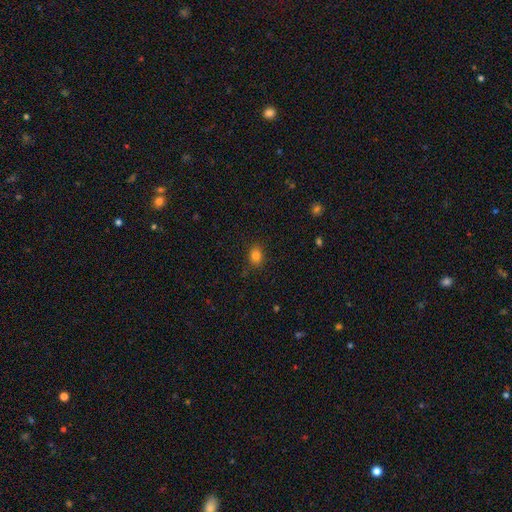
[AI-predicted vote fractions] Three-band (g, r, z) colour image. It shows a smooth galaxy with no disk features (82%) that is in between round and cigar-shaped (54%). Merging: none (84%).